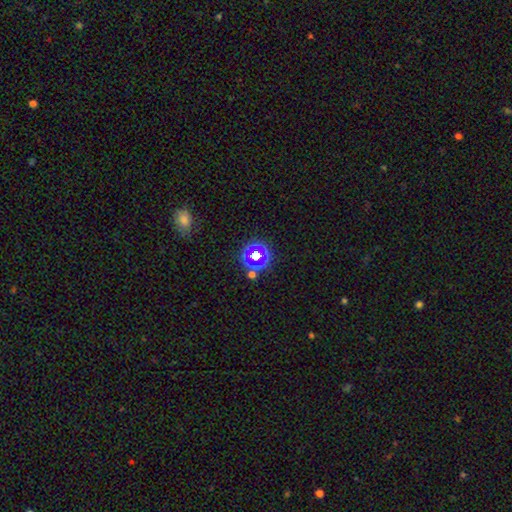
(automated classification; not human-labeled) This appears to be a star or artifact, not a galaxy (51%).